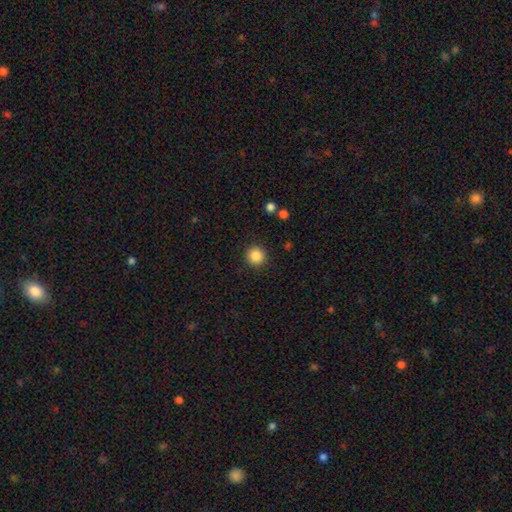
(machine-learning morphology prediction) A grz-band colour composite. It shows a smooth galaxy with no disk features (87%) that is round (94%). Merging: none (91%).